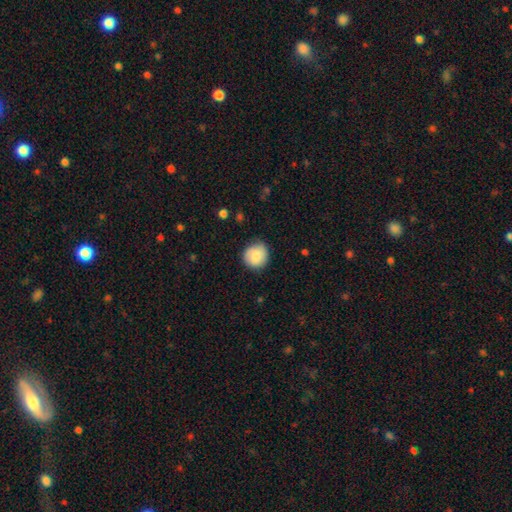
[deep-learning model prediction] Smooth or featured? smooth (82%)
How rounded? round (90%)
Merging? none (80%)